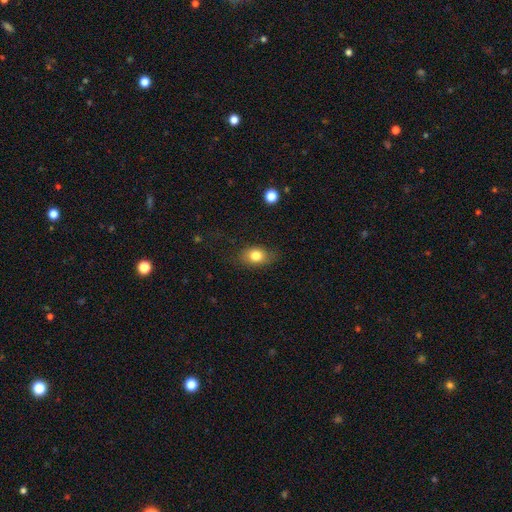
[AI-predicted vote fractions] The model was most divided on "how rounded": in between: 67%, round: 31%, cigar-shaped: 2%. More confident: smooth or featured — smooth (79%); merging — none (75%).